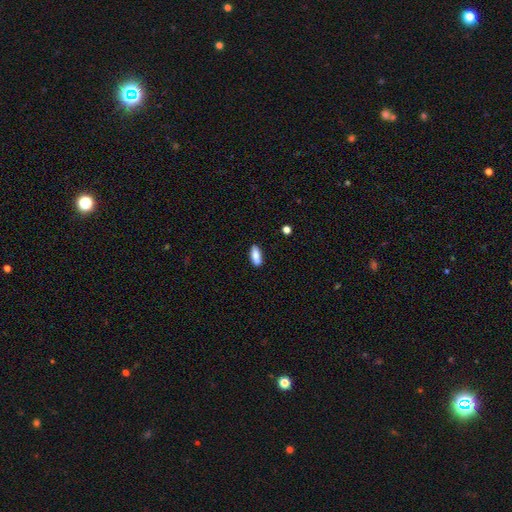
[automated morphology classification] A smooth galaxy with no disk features (80%) that is in between round and cigar-shaped (78%).

Vote fractions:
- Smooth or featured? smooth: 80% / featured or disk: 14% / star or artifact: 7%
- How rounded? in between: 78% / cigar-shaped: 20% / round: 3%
- Merging? none: 85% / minor disturbance: 11% / major disturbance: 2% / merger: 2%